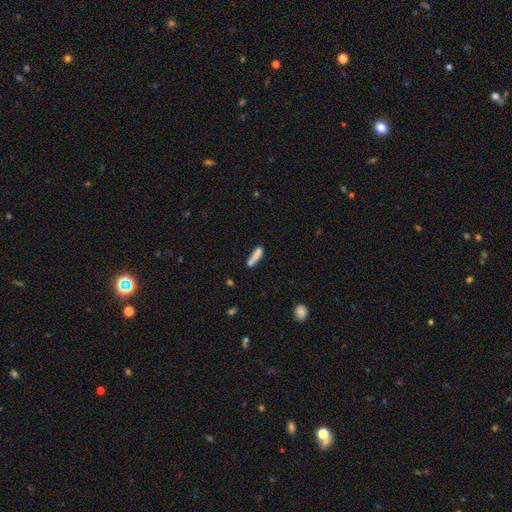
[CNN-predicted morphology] Overall: smooth (76%). How rounded: cigar-shaped (79%). Merging: none (52%; minor disturbance 21%).